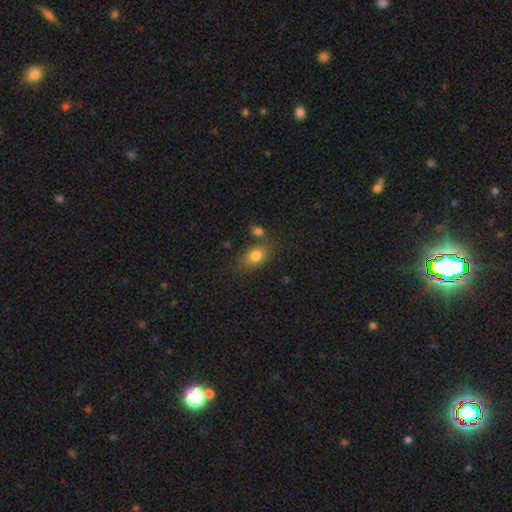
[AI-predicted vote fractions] Overall: smooth (81%). How rounded: in between (72%). Merging: none (69%).